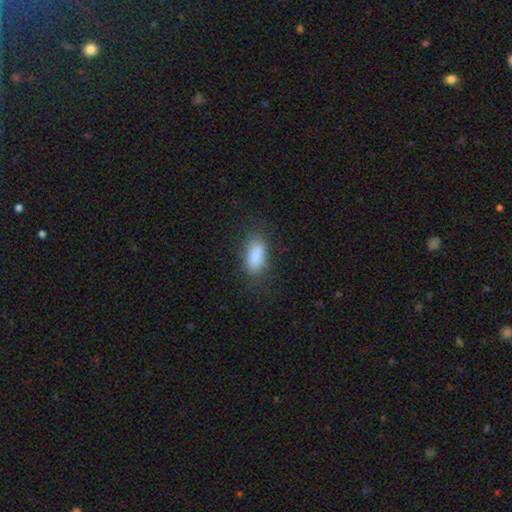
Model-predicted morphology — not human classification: Q: Smooth or featured?
A: smooth (85%); runner-up: star or artifact (8%)
Q: How rounded?
A: in between (89%); runner-up: cigar-shaped (7%)
Q: Merging?
A: none (71%); runner-up: minor disturbance (19%)